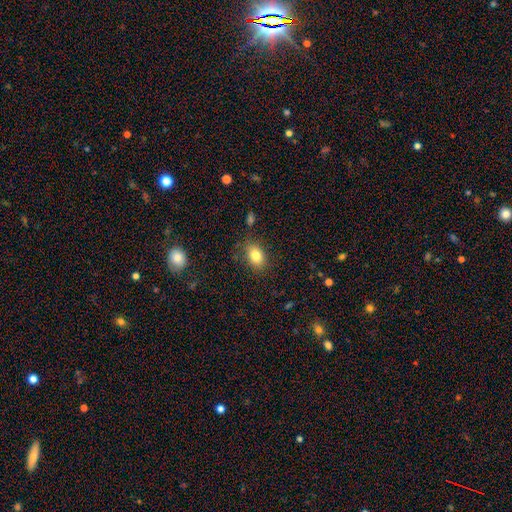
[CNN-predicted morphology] Smooth or featured? Predicted: smooth (p=0.82). How rounded? Predicted: in between (p=0.79). Merging? Predicted: none (p=0.81).